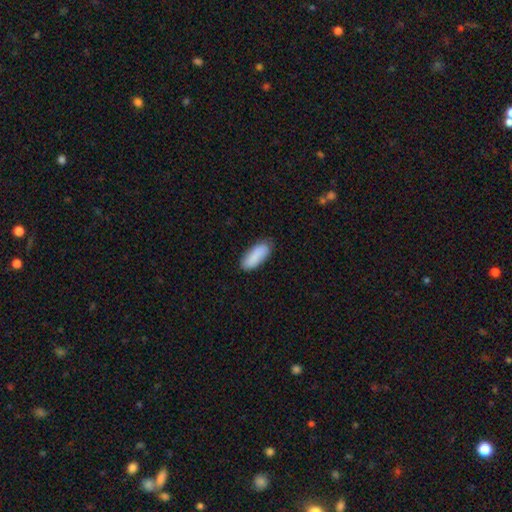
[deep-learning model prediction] The model was most divided on "how rounded": in between: 77%, cigar-shaped: 21%, round: 2%. More confident: smooth or featured — smooth (88%); merging — none (80%).